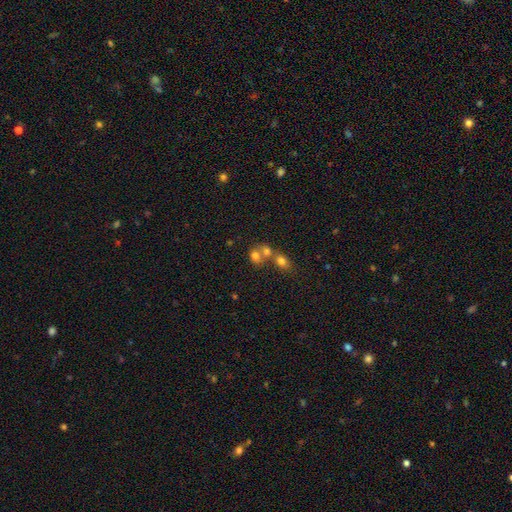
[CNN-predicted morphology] Smooth or featured: smooth — 71% (featured or disk — 15%)
How rounded: round — 61% (in between — 38%)
Merging: merger — 58% (none — 31%)